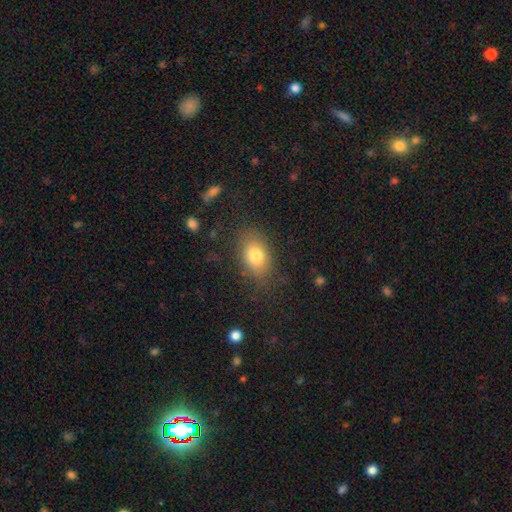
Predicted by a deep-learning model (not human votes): Smooth or featured?
  - smooth: 78% *
  - featured or disk: 12%
  - star or artifact: 10%
How rounded?
  - in between: 79% *
  - round: 20%
  - cigar-shaped: 2%
Merging?
  - none: 77% *
  - minor disturbance: 15%
  - major disturbance: 7%
  - merger: 2%